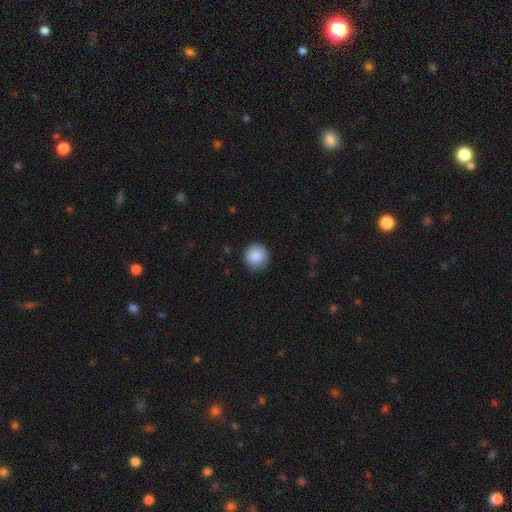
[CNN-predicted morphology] Overall: smooth (89%). How rounded: round (93%). Merging: none (89%).